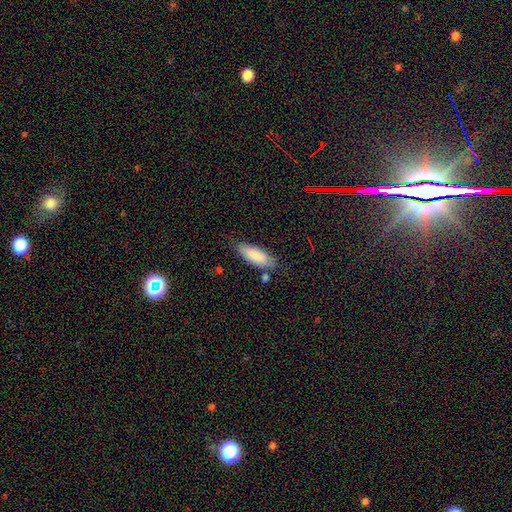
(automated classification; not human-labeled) Smooth or featured? Predicted: smooth (p=0.85). How rounded? Predicted: in between (p=0.67). Merging? Predicted: none (p=0.71).